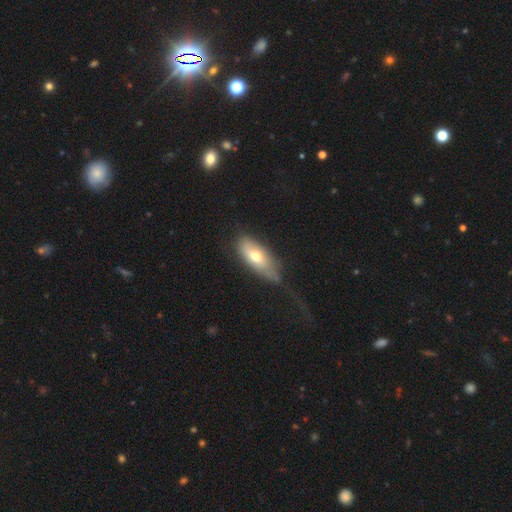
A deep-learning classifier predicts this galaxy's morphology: Q: Smooth or featured?
A: smooth (63%); runner-up: featured or disk (30%)
Q: How rounded?
A: in between (83%); runner-up: cigar-shaped (14%)
Q: Merging?
A: none (47%); runner-up: minor disturbance (31%)